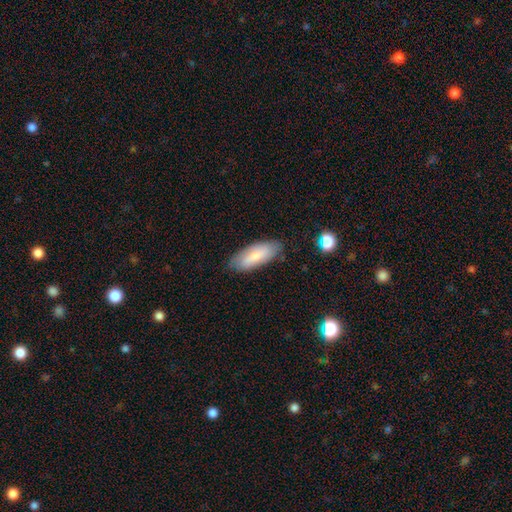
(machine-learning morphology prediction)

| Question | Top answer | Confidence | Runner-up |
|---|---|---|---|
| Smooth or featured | smooth | 69% | featured or disk (25%) |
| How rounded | in between | 76% | cigar-shaped (23%) |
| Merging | none | 79% | minor disturbance (17%) |